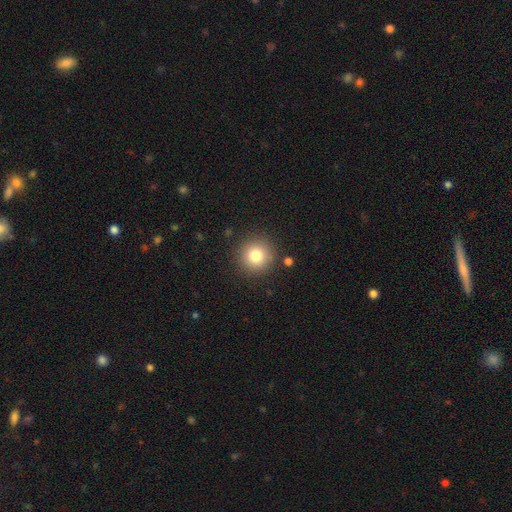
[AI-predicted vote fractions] A smooth galaxy with no disk features (80%) that is round (94%).

Vote fractions:
- Smooth or featured? smooth: 80% / star or artifact: 11% / featured or disk: 8%
- How rounded? round: 94% / in between: 5% / cigar-shaped: 1%
- Merging? none: 88% / minor disturbance: 7% / major disturbance: 3% / merger: 2%